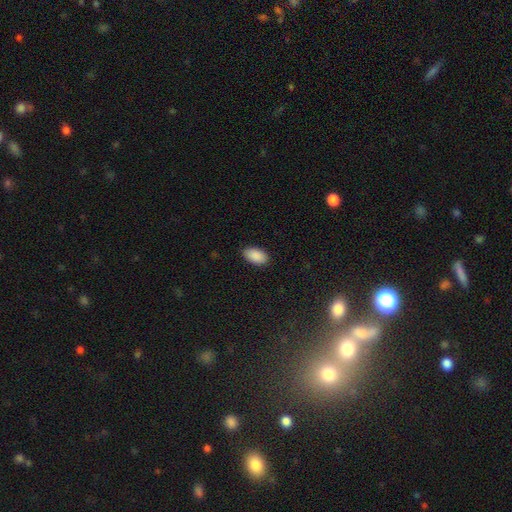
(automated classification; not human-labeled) Smooth or featured?
  - smooth: 90% *
  - star or artifact: 7%
  - featured or disk: 3%
How rounded?
  - in between: 95% *
  - round: 4%
  - cigar-shaped: 2%
Merging?
  - none: 87% *
  - minor disturbance: 10%
  - major disturbance: 2%
  - merger: 1%